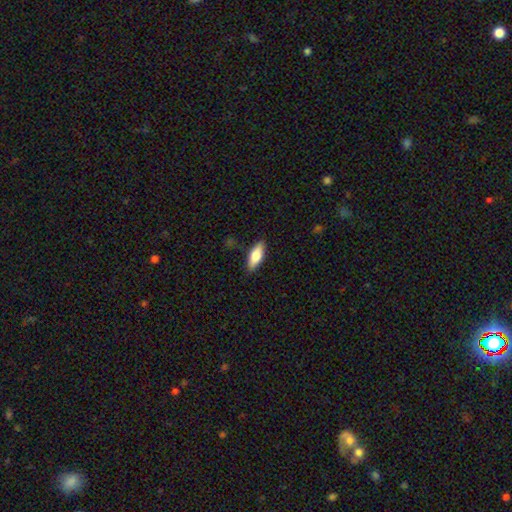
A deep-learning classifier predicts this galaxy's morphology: Q: Smooth or featured?
A: smooth (73%); runner-up: featured or disk (21%)
Q: How rounded?
A: in between (69%); runner-up: cigar-shaped (28%)
Q: Merging?
A: none (86%); runner-up: minor disturbance (10%)